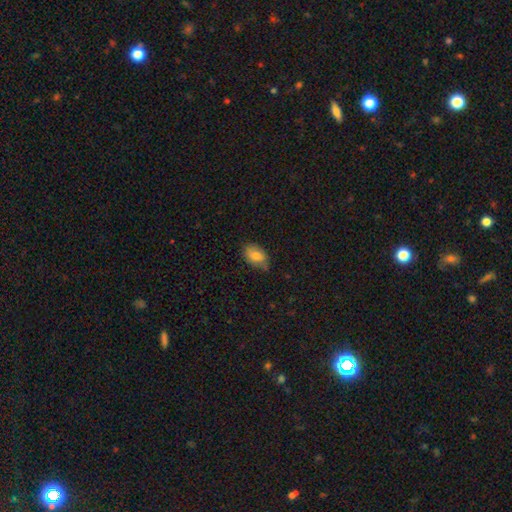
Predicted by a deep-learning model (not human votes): Smooth or featured? smooth (80%)
How rounded? in between (88%)
Merging? none (70%)